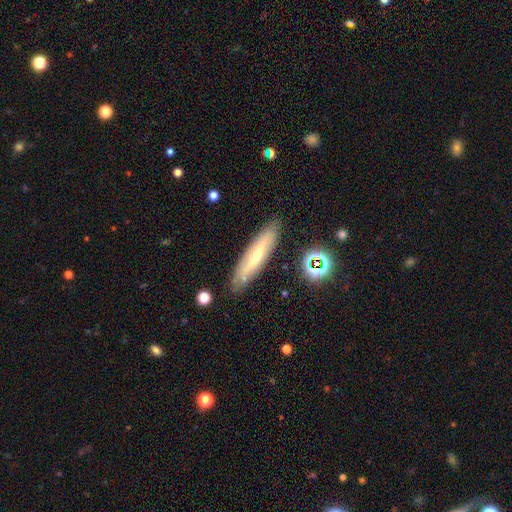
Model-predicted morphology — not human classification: Q: Smooth or featured?
A: featured or disk (51%); runner-up: smooth (40%)
Q: Edge-on disk?
A: yes (58%); runner-up: no (42%)
Q: Merging?
A: none (84%); runner-up: minor disturbance (12%)